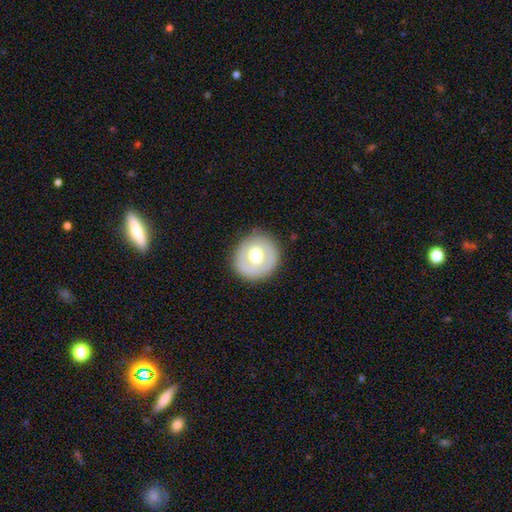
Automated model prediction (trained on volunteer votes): Morphology: type=smooth (55%); roundness=round (89%); merging=none (85%).